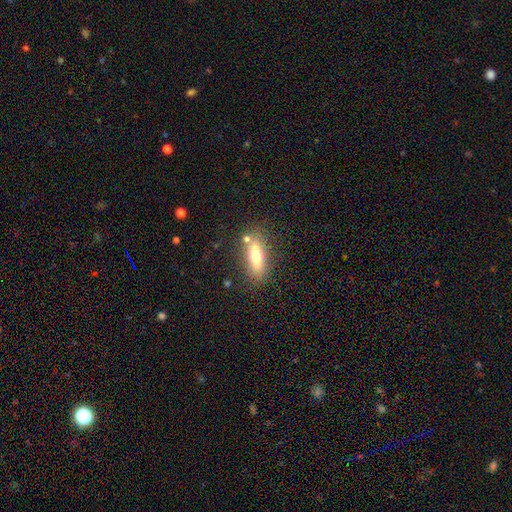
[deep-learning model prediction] Smooth or featured? Predicted: smooth (p=0.65). How rounded? Predicted: in between (p=0.55). Merging? Predicted: none (p=0.76).